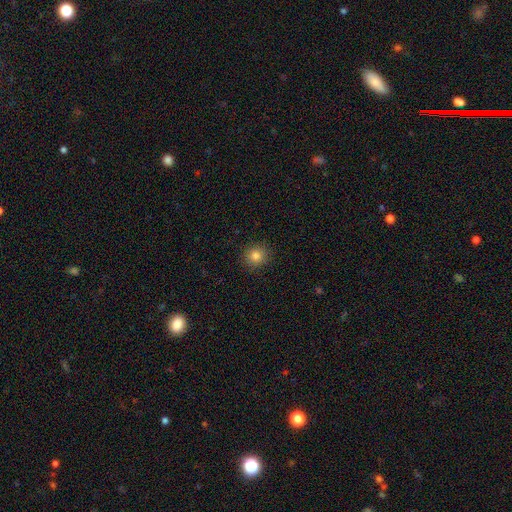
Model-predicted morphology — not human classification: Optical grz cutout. It shows a smooth galaxy with no disk features (82%) that is round (89%). Merging: none (90%).